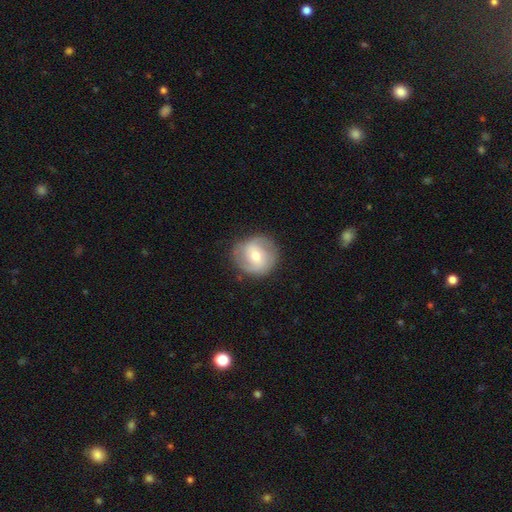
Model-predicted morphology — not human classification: featured or disk 59%, smooth 35%, star or artifact 7%. Down the decision tree: edge-on disk — no (97%); bar — weak (45%); spiral arms — yes (81%); bulge size — moderate (62%); merging — none (81%).